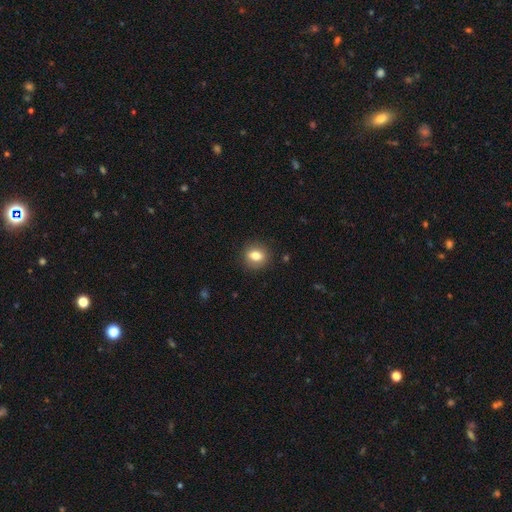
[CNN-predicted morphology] The model was most divided on "how rounded": round: 67%, in between: 32%, cigar-shaped: 1%. More confident: merging — none (89%); smooth or featured — smooth (79%).